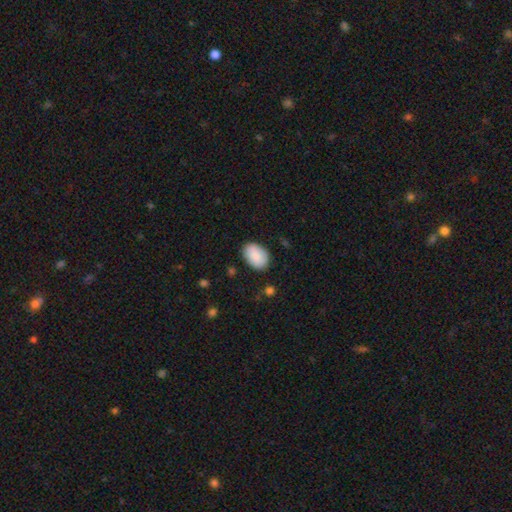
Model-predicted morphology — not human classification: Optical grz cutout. It shows a smooth galaxy with no disk features (90%) that is in between round and cigar-shaped (88%). Merging: none (83%).